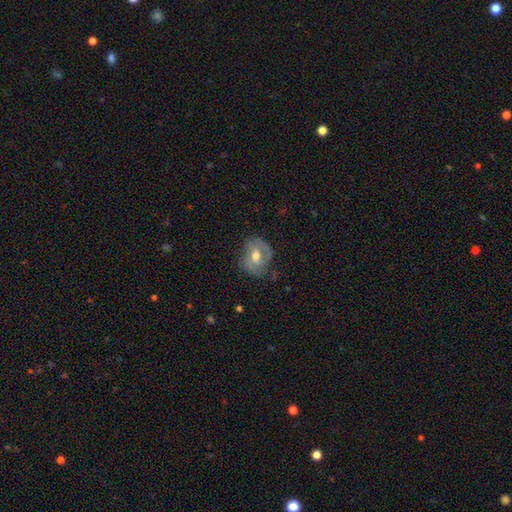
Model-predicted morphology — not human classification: smooth-or-featured: featured or disk: 62% | smooth: 31% | star or artifact: 7%
  disk-edge-on: no: 96% | yes: 4%
    bar: weak: 43% | no: 41% | strong: 16%
    has-spiral-arms: yes: 68% | no: 32%
    bulge-size: moderate: 75% | small: 16% | large: 6% | none: 1% | dominant: 1%
  merging: none: 65% | minor disturbance: 24% | major disturbance: 10% | merger: 2%